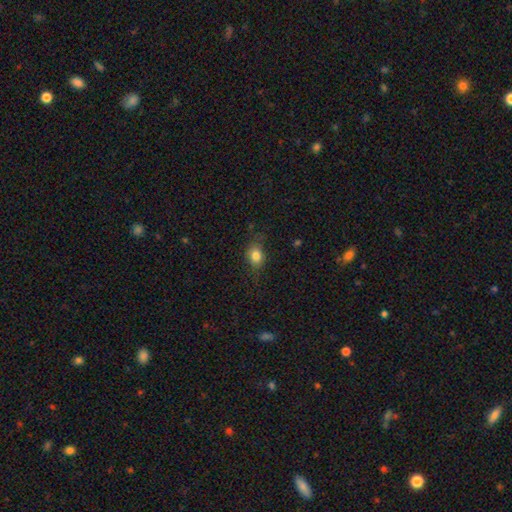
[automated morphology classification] This is clearly a smooth galaxy (80%). How rounded: likely in between (61%). Merging: likely none (70%).